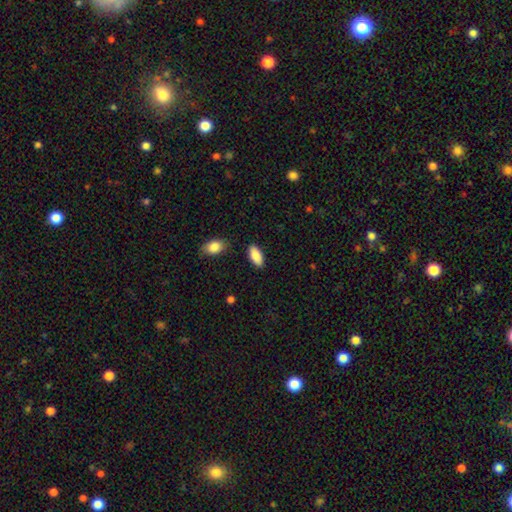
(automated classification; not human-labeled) Q: Smooth or featured?
A: smooth (88%); runner-up: star or artifact (6%)
Q: How rounded?
A: in between (88%); runner-up: cigar-shaped (10%)
Q: Merging?
A: none (87%); runner-up: minor disturbance (9%)